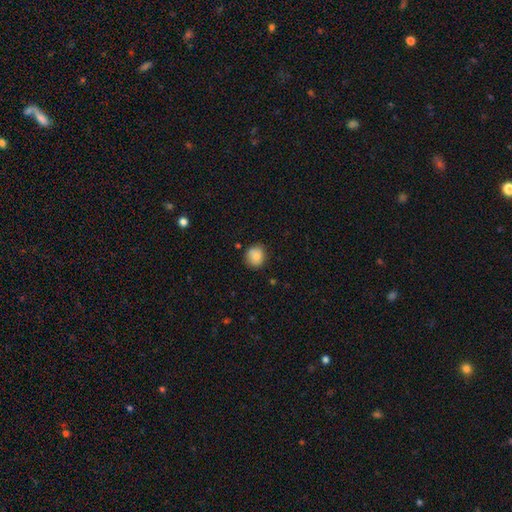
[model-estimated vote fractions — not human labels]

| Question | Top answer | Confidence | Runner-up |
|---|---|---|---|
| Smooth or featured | smooth | 85% | star or artifact (9%) |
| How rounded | round | 80% | in between (19%) |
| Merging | none | 80% | minor disturbance (15%) |